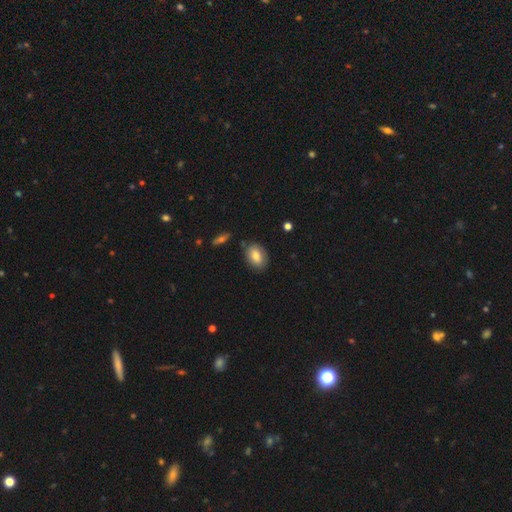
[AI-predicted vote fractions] smooth 78%, featured or disk 15%, star or artifact 7%. Down the decision tree: how rounded — in between (84%); merging — none (78%).